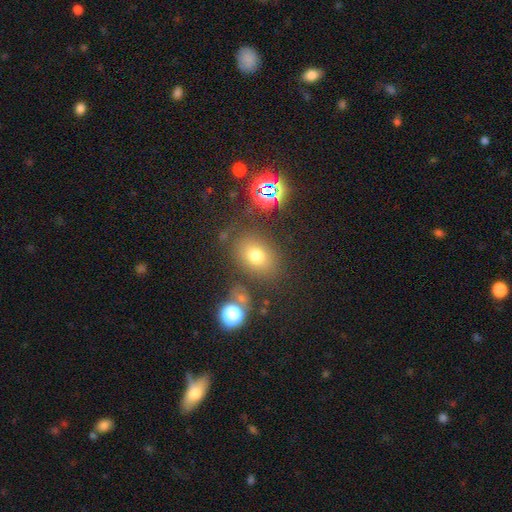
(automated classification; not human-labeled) smooth 71%, star or artifact 17%, featured or disk 12%. Down the decision tree: how rounded — in between (61%); merging — none (75%).